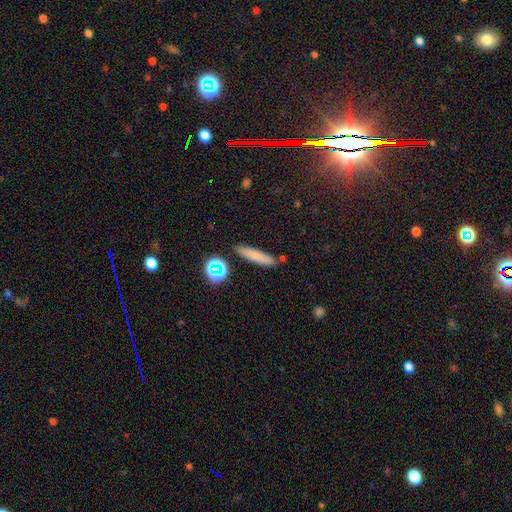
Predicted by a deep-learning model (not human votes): This is likely a smooth galaxy (74%). How rounded: clearly cigar-shaped (82%). Merging: clearly none (85%).